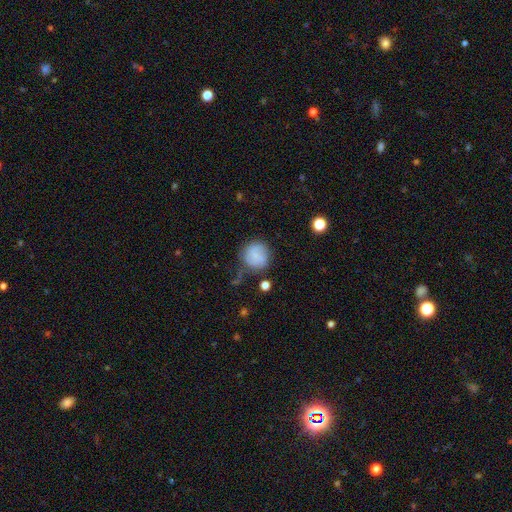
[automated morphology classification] A smooth galaxy with no disk features (73%) that is round (89%). Merging: none (65%).